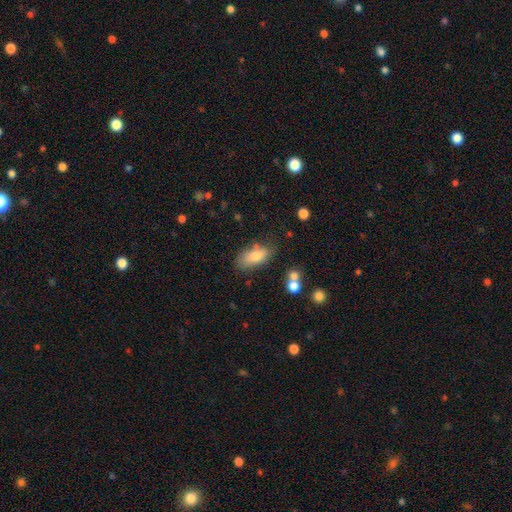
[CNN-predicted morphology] Smooth or featured? smooth (81%)
How rounded? in between (85%)
Merging? none (68%)